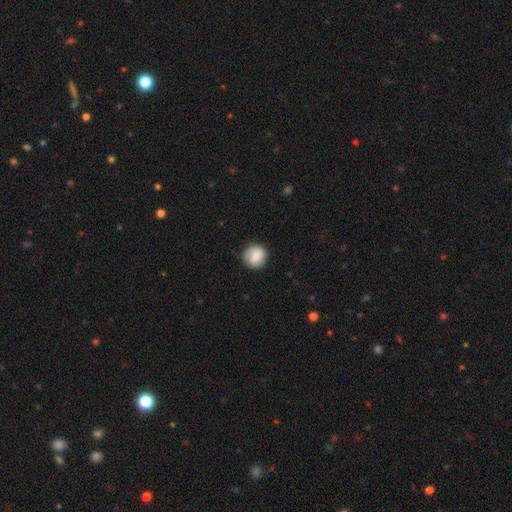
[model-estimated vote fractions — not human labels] The model was most divided on "smooth or featured": smooth: 83%, featured or disk: 9%, star or artifact: 7%. More confident: how rounded — round (92%); merging — none (86%).